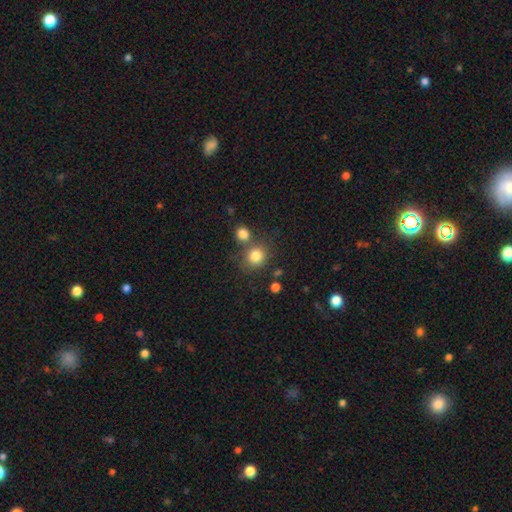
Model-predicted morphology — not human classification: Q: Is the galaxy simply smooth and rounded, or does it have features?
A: smooth — 81%.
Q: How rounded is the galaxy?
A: round — 85%.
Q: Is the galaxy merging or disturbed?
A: none — 65%.